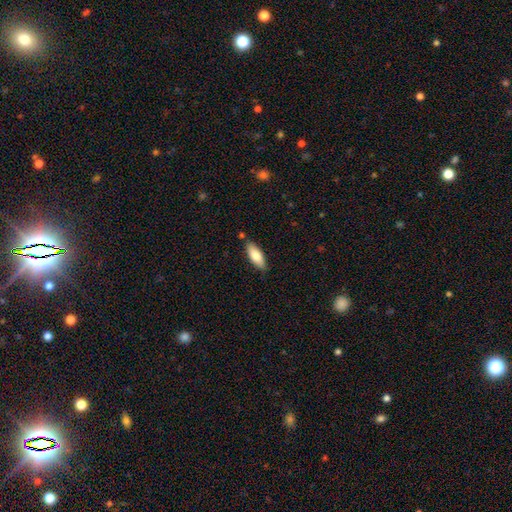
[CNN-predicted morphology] Smooth or featured: smooth — 81% (featured or disk — 13%)
How rounded: in between — 76% (cigar-shaped — 22%)
Merging: none — 82% (minor disturbance — 13%)